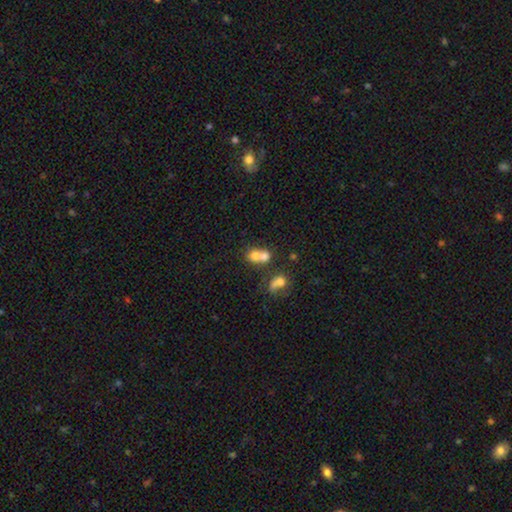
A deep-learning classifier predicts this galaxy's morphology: A smooth galaxy with no disk features (70%) that is round (66%). Merging: merger (65%).